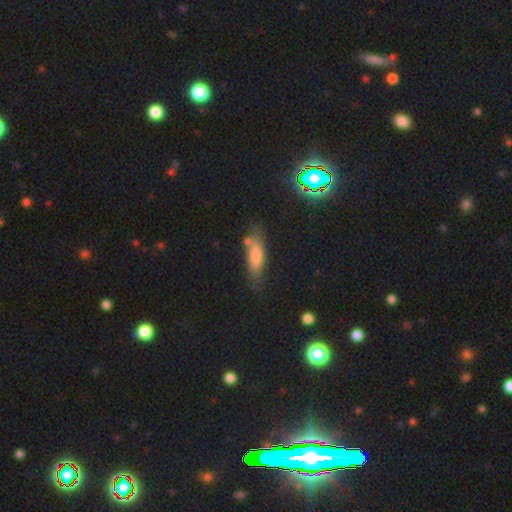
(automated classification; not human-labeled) Q: Smooth or featured?
A: smooth (69%); runner-up: featured or disk (20%)
Q: How rounded?
A: in between (51%); runner-up: cigar-shaped (46%)
Q: Merging?
A: none (63%); runner-up: minor disturbance (22%)